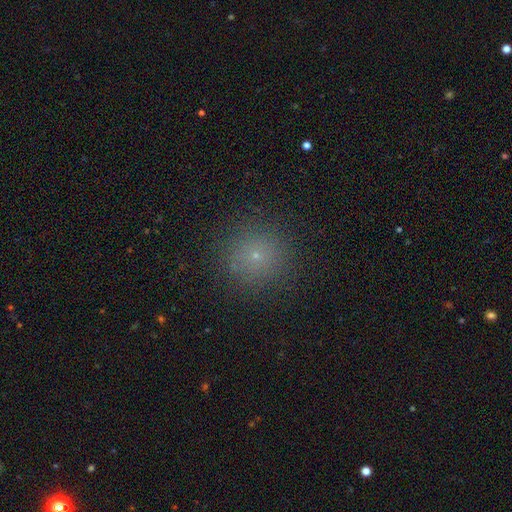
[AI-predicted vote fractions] Smooth or featured?
  - smooth: 68% *
  - star or artifact: 23%
  - featured or disk: 9%
How rounded?
  - round: 96% *
  - in between: 3%
  - cigar-shaped: 1%
Merging?
  - none: 90% *
  - minor disturbance: 7%
  - major disturbance: 3%
  - merger: 1%